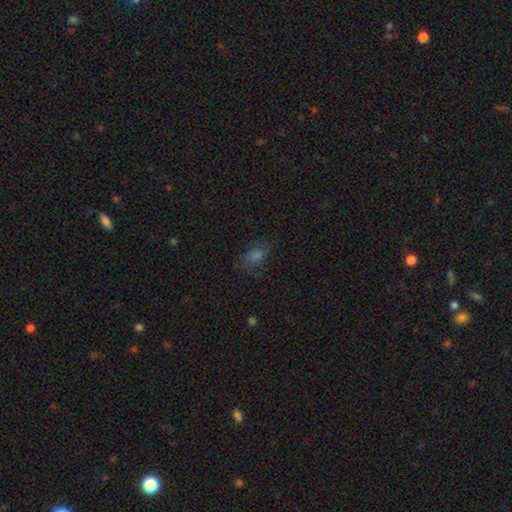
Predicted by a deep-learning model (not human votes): Overall: smooth (54%; star or artifact 28%). How rounded: in between (79%). Merging: none (73%).